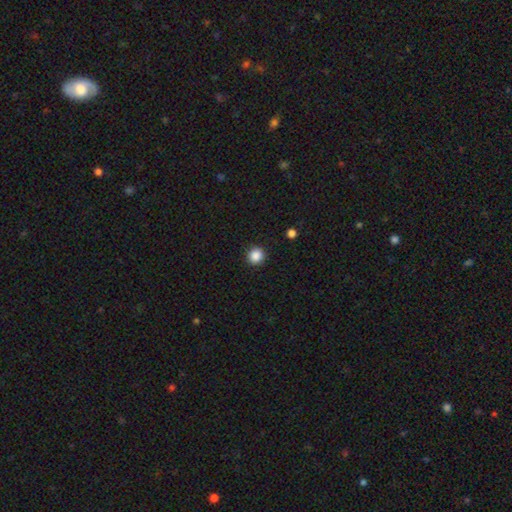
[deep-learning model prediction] This appears to be a smooth galaxy with no disk features (87%) that is round (93%). Merging: none (92%).